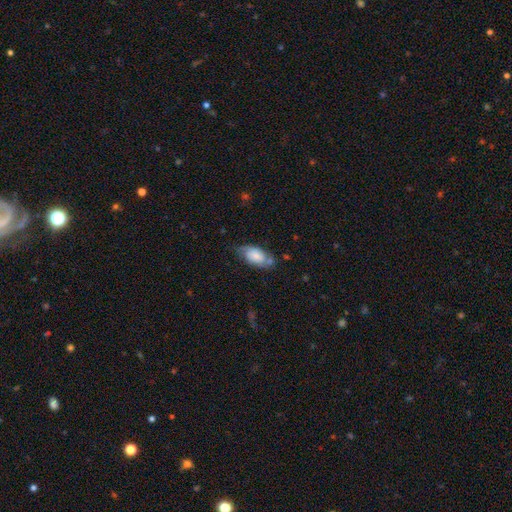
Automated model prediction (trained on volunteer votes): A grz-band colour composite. It shows a smooth galaxy with no disk features (66%) that is in between round and cigar-shaped (91%). Merging: none (53%).